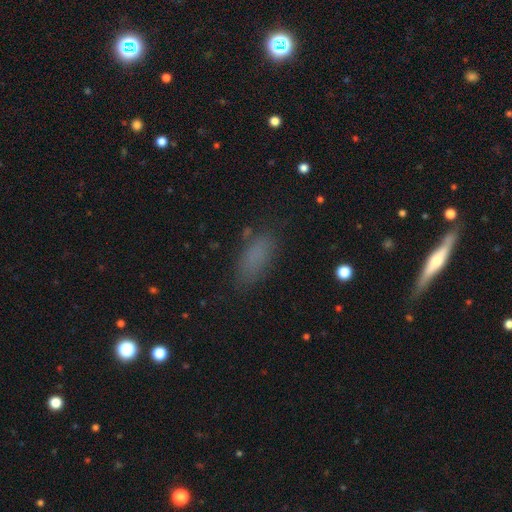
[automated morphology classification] Q: Smooth or featured?
A: smooth (79%); runner-up: star or artifact (14%)
Q: How rounded?
A: in between (79%); runner-up: cigar-shaped (17%)
Q: Merging?
A: none (77%); runner-up: minor disturbance (15%)